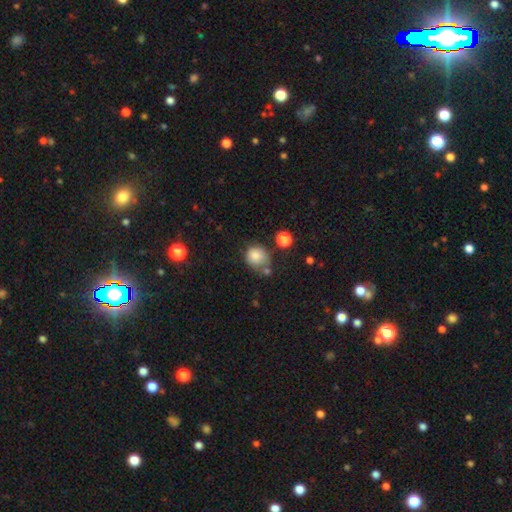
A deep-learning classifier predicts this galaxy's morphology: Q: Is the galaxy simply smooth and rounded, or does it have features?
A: smooth — 81%.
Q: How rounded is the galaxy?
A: round — 82%.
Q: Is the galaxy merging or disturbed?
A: none — 56%.